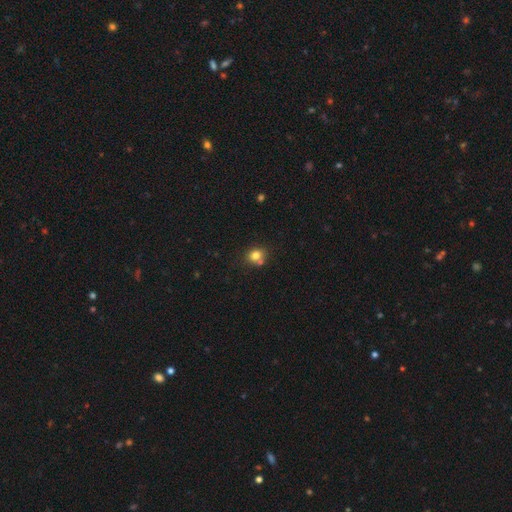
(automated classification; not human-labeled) A smooth galaxy with no disk features (78%) that is round (73%). Merging: none (61%).